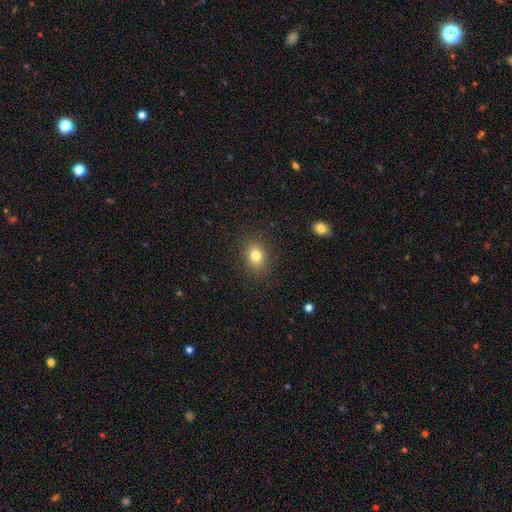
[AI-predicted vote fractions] This is clearly a smooth galaxy (81%). How rounded: possibly in between (52%). Merging: clearly none (87%).